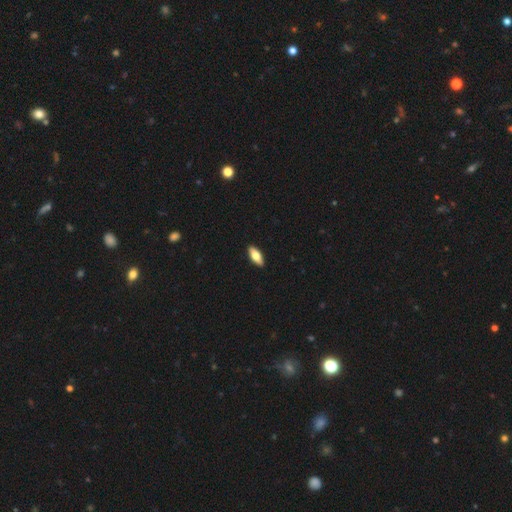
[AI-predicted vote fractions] A smooth galaxy with no disk features (69%) that is in between round and cigar-shaped (77%). Merging: none (91%).